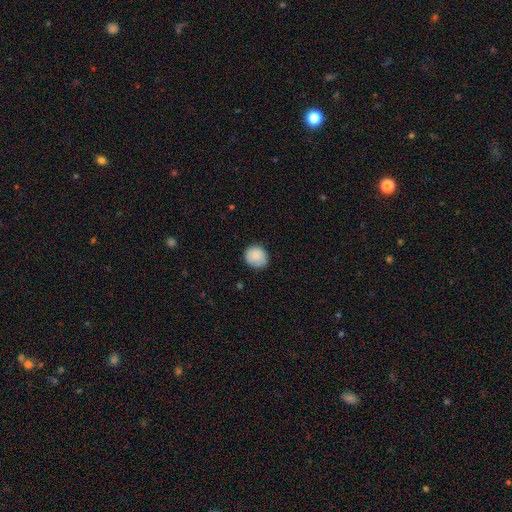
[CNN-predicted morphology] smooth 86%, star or artifact 7%, featured or disk 7%. Down the decision tree: how rounded — round (88%); merging — none (79%).